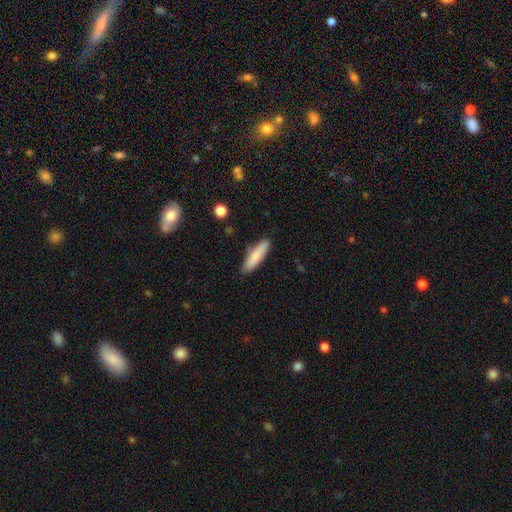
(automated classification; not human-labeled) smooth-or-featured: smooth: 83% | featured or disk: 11% | star or artifact: 6%
  how-rounded: cigar-shaped: 71% | in between: 28% | round: 1%
  merging: none: 85% | minor disturbance: 12% | major disturbance: 2% | merger: 2%